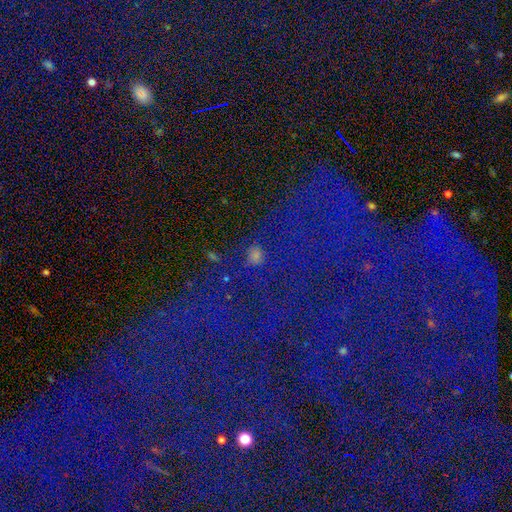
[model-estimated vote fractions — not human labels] Smooth or featured: smooth — 46% (star or artifact — 44%)
Merging: none — 73% (minor disturbance — 12%)